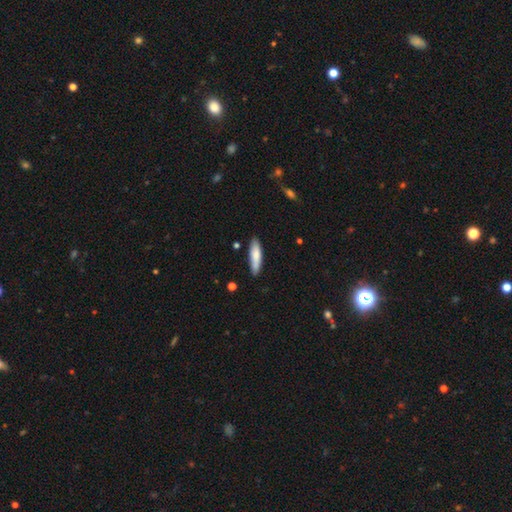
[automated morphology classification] This is clearly a smooth galaxy (80%). How rounded: likely cigar-shaped (71%). Merging: clearly none (81%).